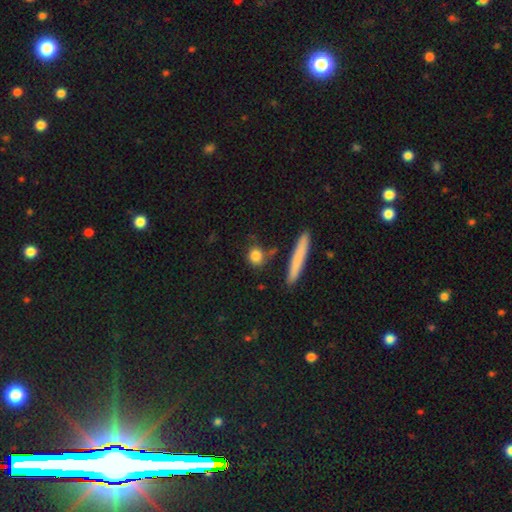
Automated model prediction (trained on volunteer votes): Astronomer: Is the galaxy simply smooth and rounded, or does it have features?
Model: smooth — 81%.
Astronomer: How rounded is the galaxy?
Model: round — 68%.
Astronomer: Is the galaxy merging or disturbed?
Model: none — 74%.